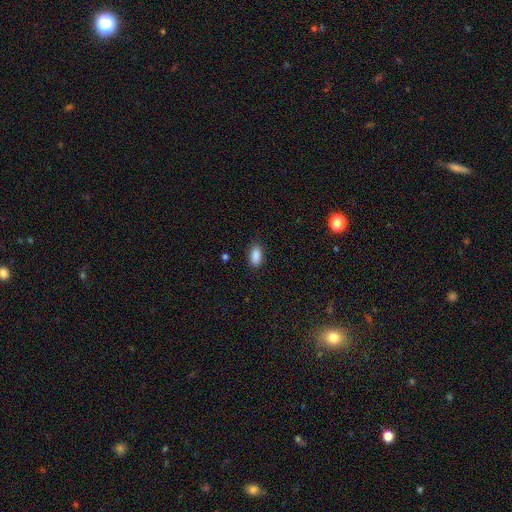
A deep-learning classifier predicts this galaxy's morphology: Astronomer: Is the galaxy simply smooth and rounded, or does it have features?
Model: smooth — 89%.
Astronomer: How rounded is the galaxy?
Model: in between — 90%.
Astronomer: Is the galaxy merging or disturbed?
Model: none — 85%.